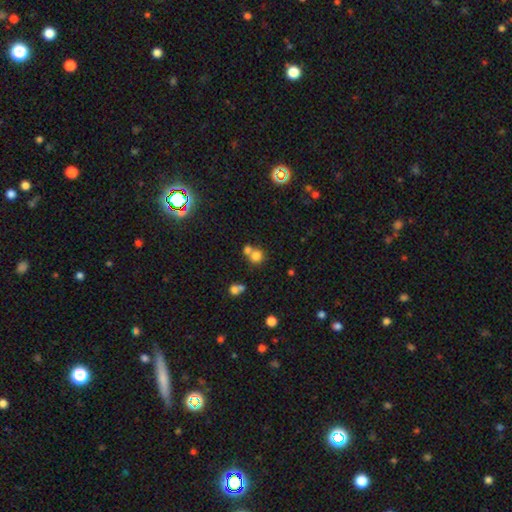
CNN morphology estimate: Overall: smooth (76%). How rounded: round (87%). Merging: none (50%; merger 41%).